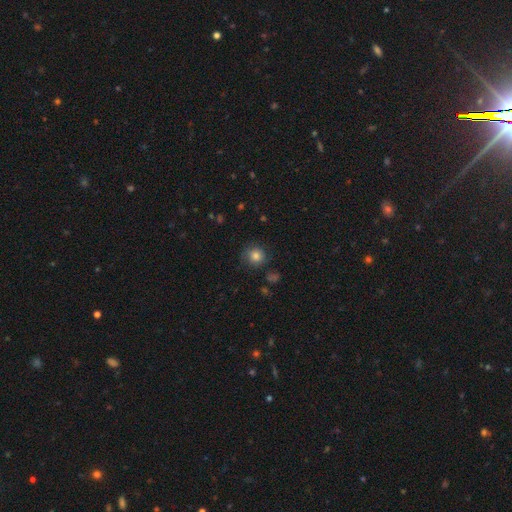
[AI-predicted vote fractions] Smooth or featured? Predicted: smooth (p=0.81). How rounded? Predicted: round (p=0.90). Merging? Predicted: none (p=0.80).